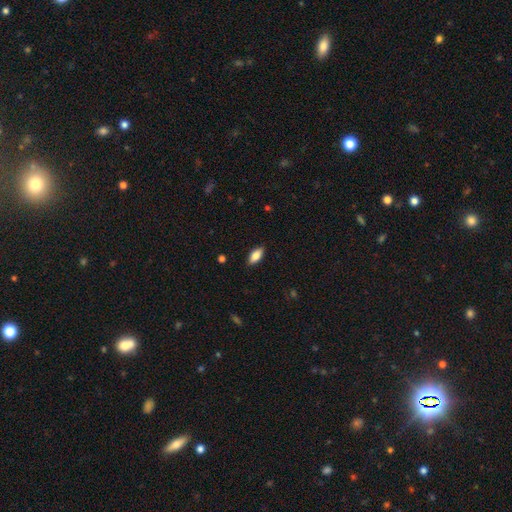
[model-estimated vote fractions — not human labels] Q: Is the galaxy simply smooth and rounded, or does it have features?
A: smooth — 82%.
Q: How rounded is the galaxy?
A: in between — 87%.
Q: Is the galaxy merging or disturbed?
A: none — 87%.